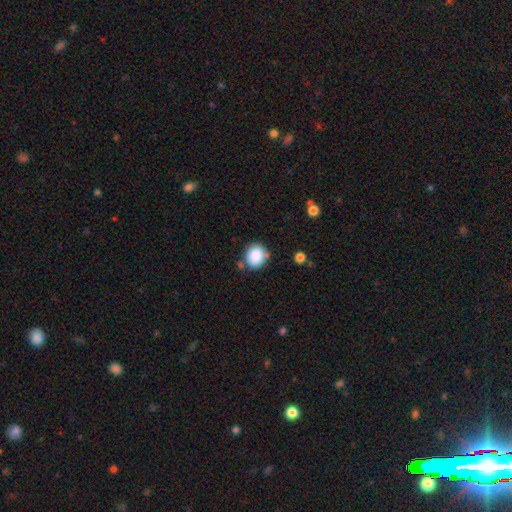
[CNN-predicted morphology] A smooth galaxy with no disk features (87%) that is round (71%).

Vote fractions:
- Smooth or featured? smooth: 87% / star or artifact: 9% / featured or disk: 4%
- How rounded? round: 71% / in between: 28% / cigar-shaped: 1%
- Merging? none: 74% / minor disturbance: 14% / merger: 8% / major disturbance: 4%